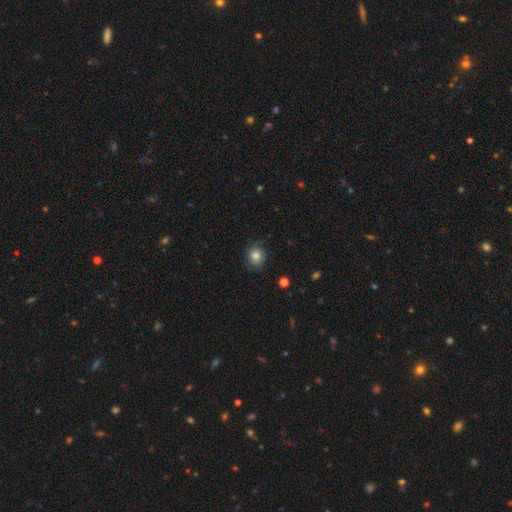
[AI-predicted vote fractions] Overall: smooth (82%). How rounded: round (82%). Merging: none (81%).